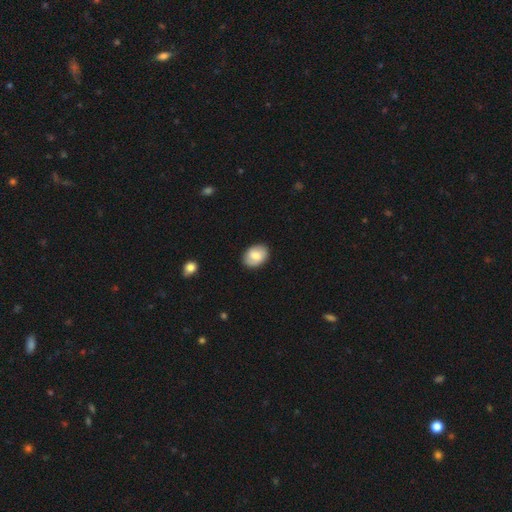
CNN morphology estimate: smooth-or-featured: smooth: 78% | featured or disk: 15% | star or artifact: 7%
  how-rounded: in between: 74% | round: 25% | cigar-shaped: 1%
  merging: none: 85% | minor disturbance: 11% | major disturbance: 2% | merger: 1%